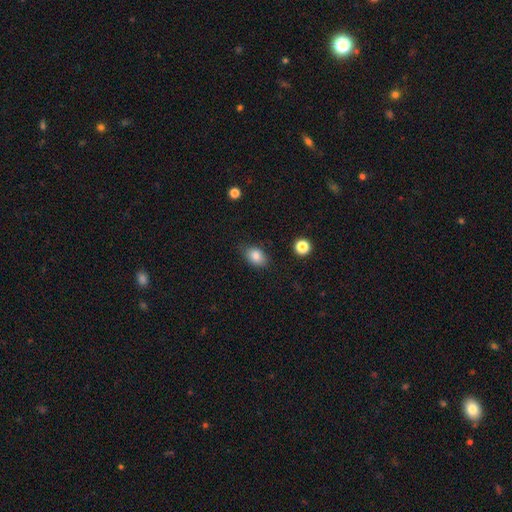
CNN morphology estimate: smooth-or-featured: smooth: 85% | star or artifact: 9% | featured or disk: 6%
  how-rounded: in between: 79% | round: 19% | cigar-shaped: 1%
  merging: none: 79% | minor disturbance: 16% | major disturbance: 3% | merger: 2%